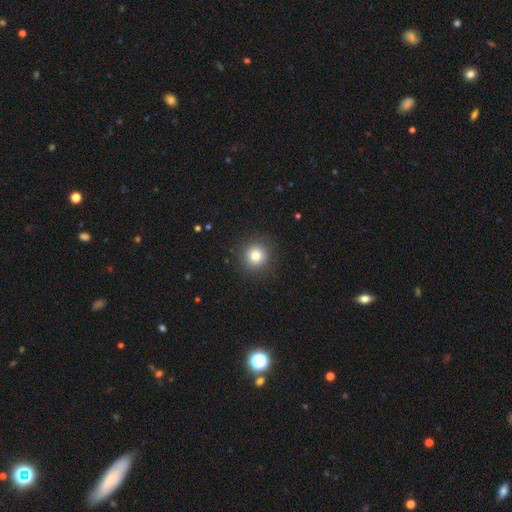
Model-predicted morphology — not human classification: Smooth or featured? Predicted: smooth (p=0.79). How rounded? Predicted: round (p=0.94). Merging? Predicted: none (p=0.89).